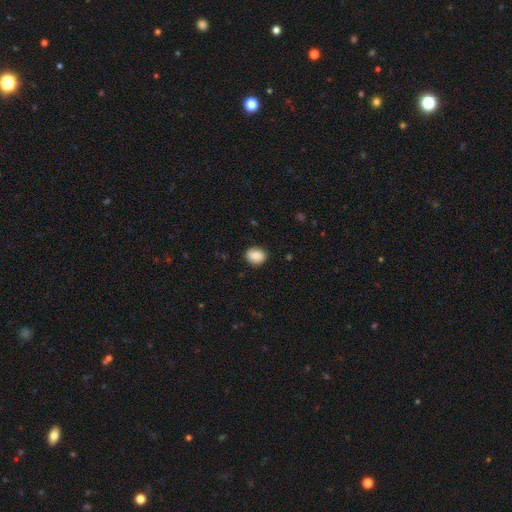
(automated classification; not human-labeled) This appears to be a smooth galaxy with no disk features (81%) that is round (59%). Merging: none (84%).